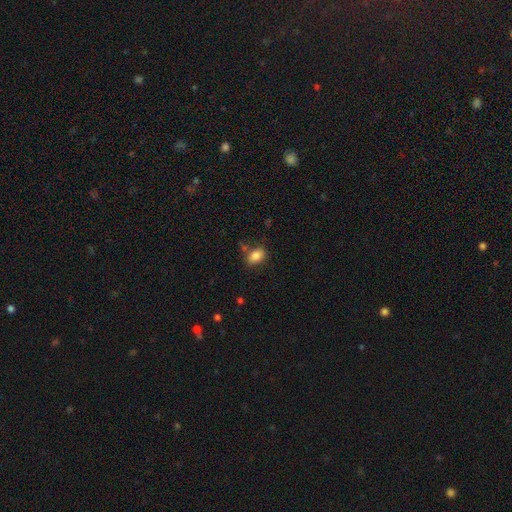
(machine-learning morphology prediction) Q: Smooth or featured?
A: smooth (83%); runner-up: star or artifact (9%)
Q: How rounded?
A: in between (81%); runner-up: round (17%)
Q: Merging?
A: none (73%); runner-up: minor disturbance (15%)